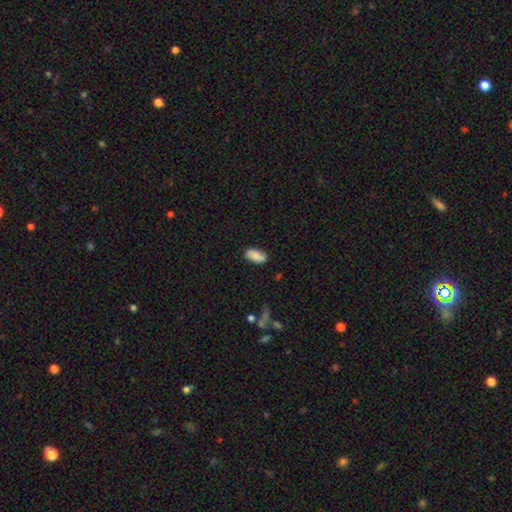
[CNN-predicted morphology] smooth-or-featured: smooth: 81% | featured or disk: 12% | star or artifact: 7%
  how-rounded: in between: 93% | cigar-shaped: 3% | round: 3%
  merging: none: 82% | minor disturbance: 14% | major disturbance: 3% | merger: 2%